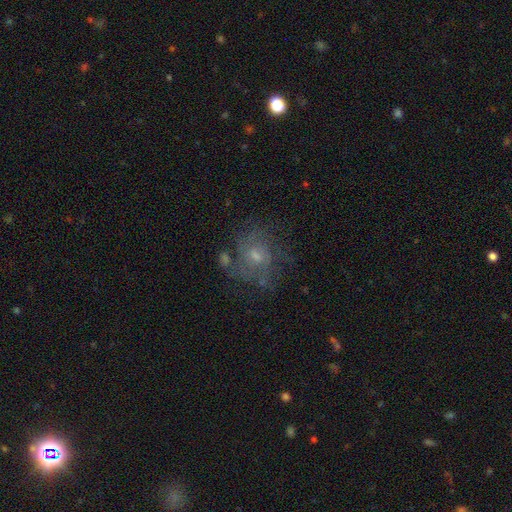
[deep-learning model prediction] Morphology: type=featured or disk (61%); edge-on=no (97%); bar=no (59%); spiral arms=yes (70%); bulge=small (47%); merging=none (56%).